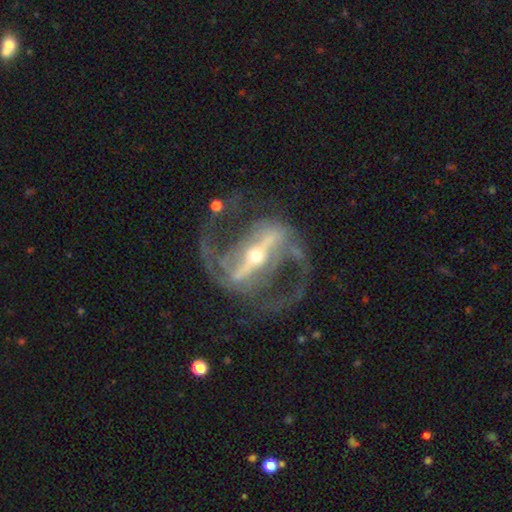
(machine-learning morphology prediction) This is clearly a featured or disk galaxy (91%). It is clearly not viewed edge-on (92%). Bar: clearly strong (84%). Spiral arm pattern: clearly yes (92%). Spiral arm count: clearly 2 (90%). Spiral winding: possibly medium (53%). Central bulge: possibly small (48%). Merging: likely none (66%).